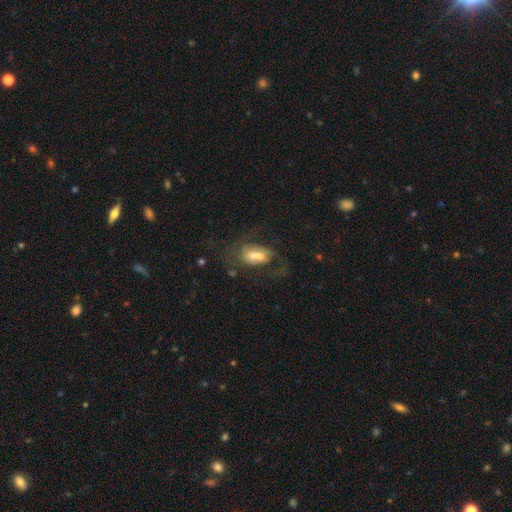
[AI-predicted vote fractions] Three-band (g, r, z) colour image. It shows a featured or disk galaxy (48%). Merging: none (36%).